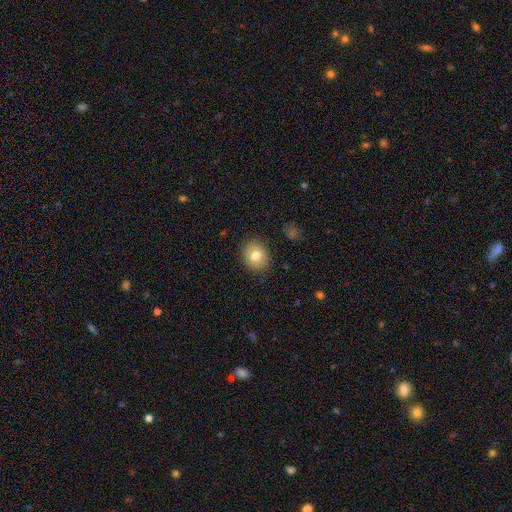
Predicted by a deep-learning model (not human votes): Smooth or featured?
  - smooth: 77% *
  - featured or disk: 14%
  - star or artifact: 9%
How rounded?
  - round: 64% *
  - in between: 35%
  - cigar-shaped: 1%
Merging?
  - none: 87% *
  - minor disturbance: 9%
  - major disturbance: 2%
  - merger: 1%